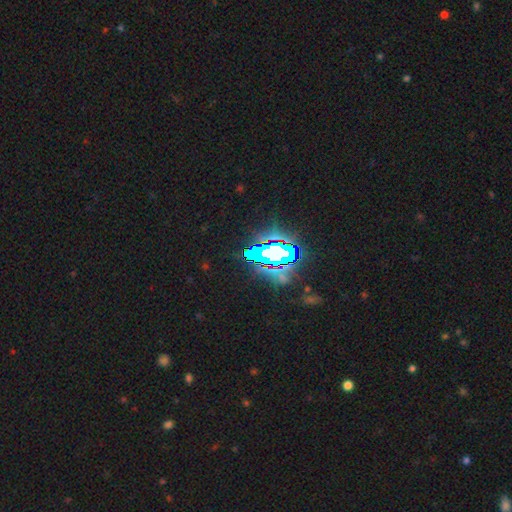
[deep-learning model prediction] Q: Smooth or featured?
A: star or artifact (73%); runner-up: smooth (13%)